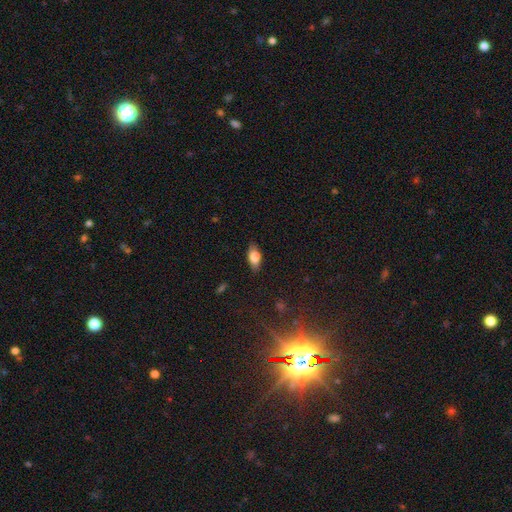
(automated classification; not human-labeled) Morphology: type=smooth (74%); roundness=in between (85%); merging=none (82%).